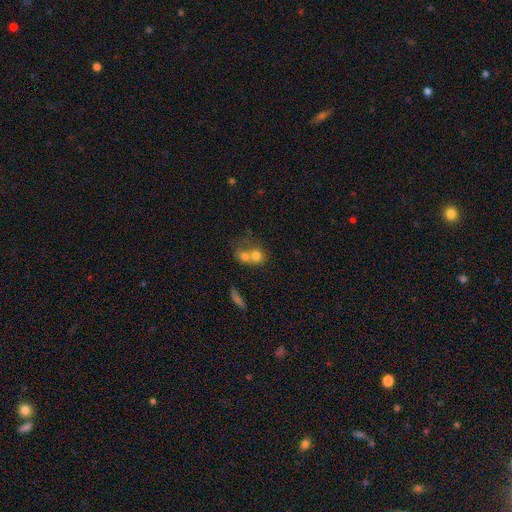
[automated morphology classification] Smooth or featured? Predicted: smooth (p=0.68). How rounded? Predicted: round (p=0.64). Merging? Predicted: merger (p=0.69).